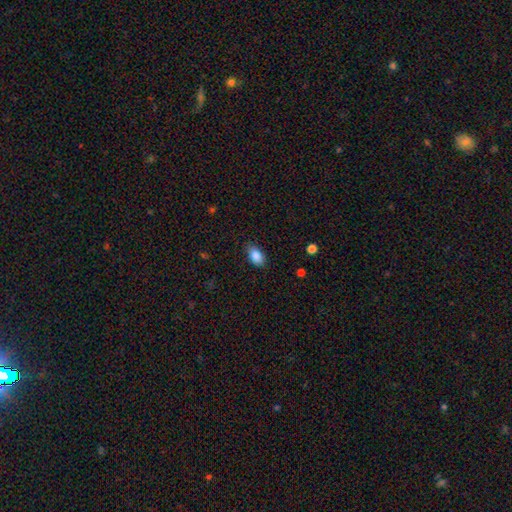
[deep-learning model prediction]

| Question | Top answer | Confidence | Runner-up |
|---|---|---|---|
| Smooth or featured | smooth | 88% | star or artifact (8%) |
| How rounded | in between | 91% | round (6%) |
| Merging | none | 84% | minor disturbance (13%) |